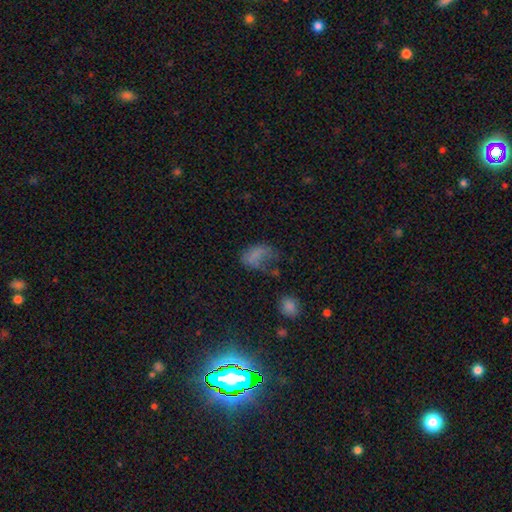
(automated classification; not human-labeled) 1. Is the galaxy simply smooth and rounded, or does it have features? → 64% smooth, 19% featured or disk, 17% star or artifact.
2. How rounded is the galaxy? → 85% in between, 13% round, 2% cigar-shaped.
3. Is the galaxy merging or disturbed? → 41% major disturbance, 28% none, 25% minor disturbance, 6% merger.